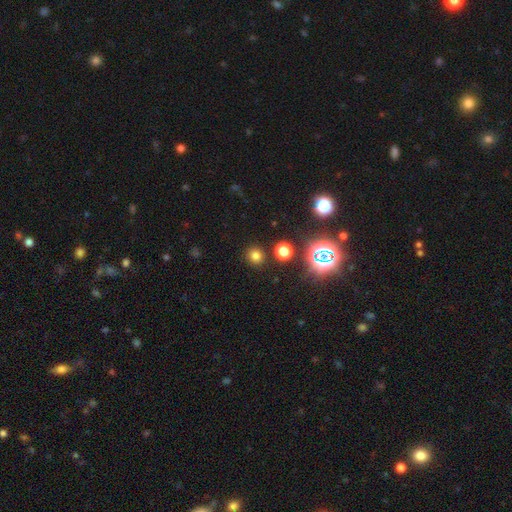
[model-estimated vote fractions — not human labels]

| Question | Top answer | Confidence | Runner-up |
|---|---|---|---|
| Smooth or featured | smooth | 73% | star or artifact (22%) |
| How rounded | round | 90% | in between (9%) |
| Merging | none | 88% | minor disturbance (6%) |